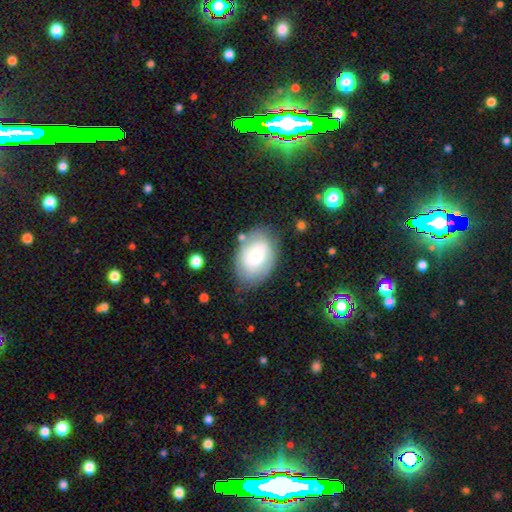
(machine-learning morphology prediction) Smooth or featured?
  - smooth: 52% *
  - featured or disk: 41%
  - star or artifact: 7%
How rounded?
  - in between: 80% *
  - round: 19%
  - cigar-shaped: 1%
Merging?
  - none: 71% *
  - minor disturbance: 19%
  - major disturbance: 7%
  - merger: 3%